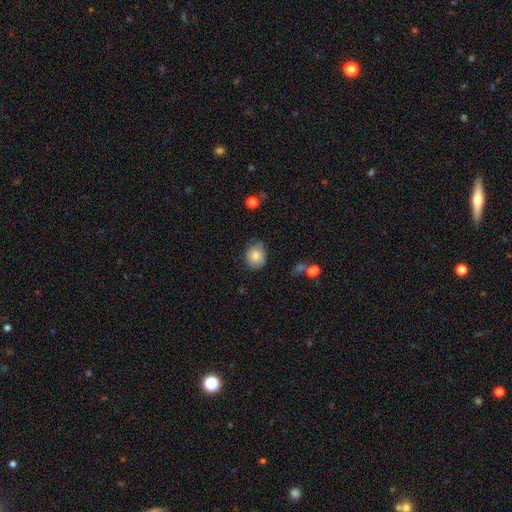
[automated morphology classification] smooth_or_featured: smooth (p=0.82) [alt: featured or disk p=0.09]
how_rounded: round (p=0.65) [alt: in between p=0.34]
merging: none (p=0.70) [alt: minor disturbance p=0.23]